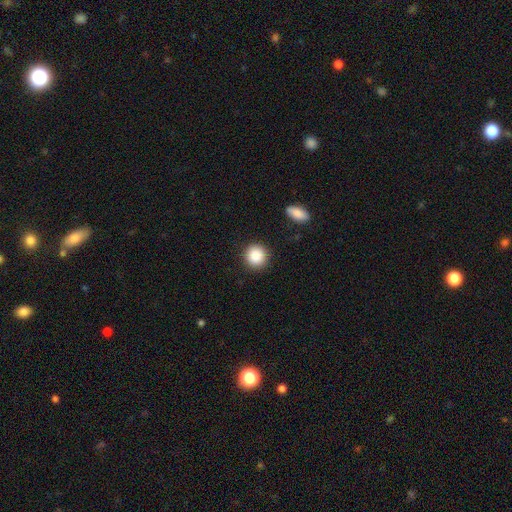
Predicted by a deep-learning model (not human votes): smooth_or_featured: smooth (p=0.88) [alt: star or artifact p=0.08]
how_rounded: round (p=0.92) [alt: in between p=0.07]
merging: none (p=0.90) [alt: minor disturbance p=0.06]